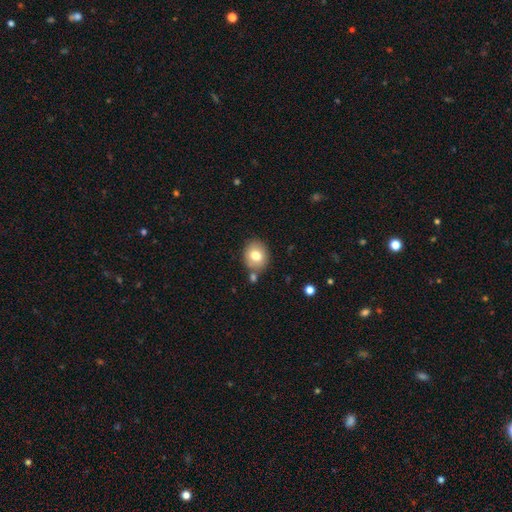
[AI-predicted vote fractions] Smooth or featured? smooth (77%)
How rounded? round (61%)
Merging? none (76%)